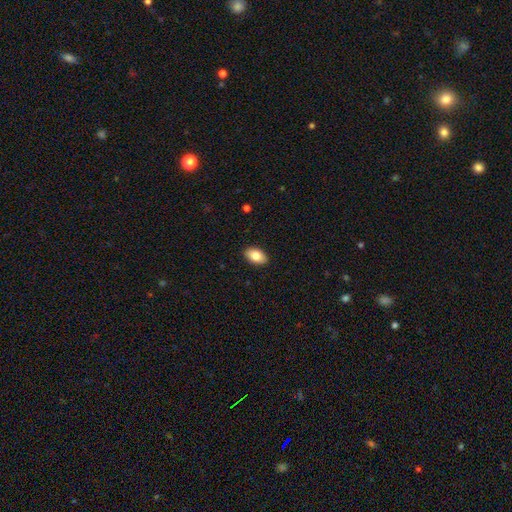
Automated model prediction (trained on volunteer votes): Smooth or featured?
  - smooth: 82% *
  - featured or disk: 11%
  - star or artifact: 7%
How rounded?
  - in between: 92% *
  - round: 7%
  - cigar-shaped: 2%
Merging?
  - none: 90% *
  - minor disturbance: 7%
  - major disturbance: 2%
  - merger: 1%